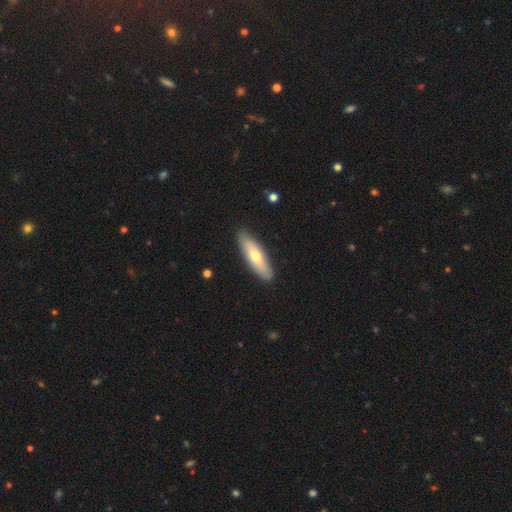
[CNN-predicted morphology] Q: Smooth or featured?
A: smooth (62%); runner-up: featured or disk (33%)
Q: How rounded?
A: cigar-shaped (59%); runner-up: in between (39%)
Q: Merging?
A: none (89%); runner-up: minor disturbance (8%)